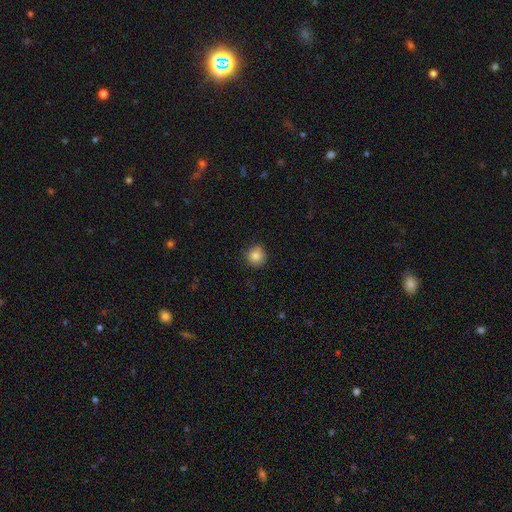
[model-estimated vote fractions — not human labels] The model was most divided on "smooth or featured": smooth: 85%, star or artifact: 10%, featured or disk: 5%. More confident: how rounded — round (93%); merging — none (86%).